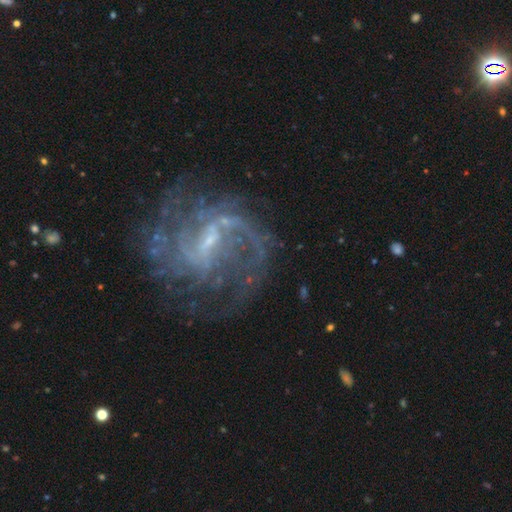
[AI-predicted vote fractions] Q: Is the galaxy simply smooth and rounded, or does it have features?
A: featured or disk — 86%.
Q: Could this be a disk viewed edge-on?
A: no — 97%.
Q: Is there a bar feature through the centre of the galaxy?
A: weak — 53%.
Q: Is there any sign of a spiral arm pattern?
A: yes — 94%.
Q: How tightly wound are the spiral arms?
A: medium — 48%.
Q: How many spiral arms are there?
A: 2 — 51%.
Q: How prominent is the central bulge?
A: small — 61%.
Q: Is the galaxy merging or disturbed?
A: none — 70%.